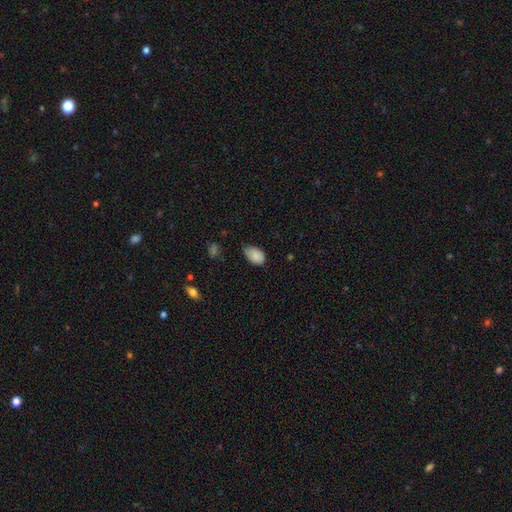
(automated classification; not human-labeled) Smooth or featured?
  - smooth: 86% *
  - star or artifact: 8%
  - featured or disk: 6%
How rounded?
  - in between: 88% *
  - round: 11%
  - cigar-shaped: 1%
Merging?
  - none: 48% *
  - minor disturbance: 43%
  - major disturbance: 8%
  - merger: 2%